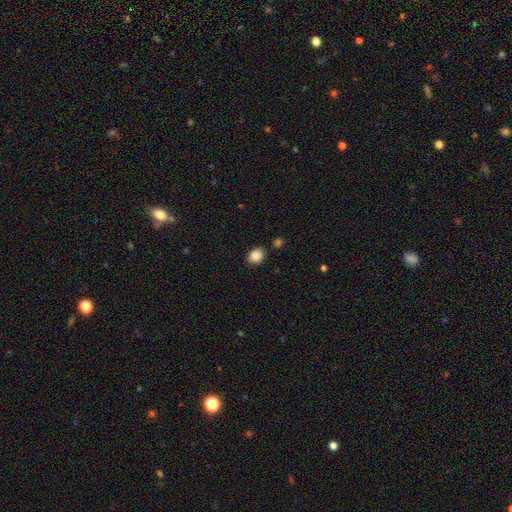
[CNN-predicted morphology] smooth-or-featured: smooth: 87% | star or artifact: 9% | featured or disk: 4%
  how-rounded: round: 56% | in between: 43% | cigar-shaped: 1%
  merging: none: 84% | minor disturbance: 10% | merger: 4% | major disturbance: 2%